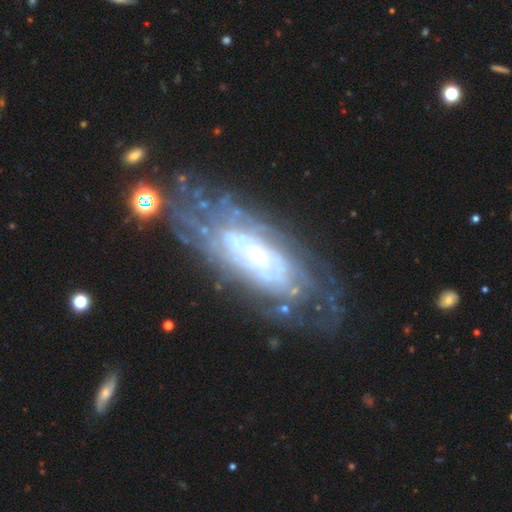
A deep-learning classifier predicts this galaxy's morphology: Q: Smooth or featured?
A: featured or disk (81%); runner-up: smooth (12%)
Q: Edge-on disk?
A: no (87%); runner-up: yes (13%)
Q: Bar?
A: no (63%); runner-up: weak (27%)
Q: Spiral arms?
A: yes (86%); runner-up: no (14%)
Q: Spiral winding?
A: tight (72%); runner-up: medium (21%)
Q: Spiral arm count?
A: can't tell (61%); runner-up: 2 (11%)
Q: Bulge size?
A: small (56%); runner-up: moderate (28%)
Q: Merging?
A: none (65%); runner-up: minor disturbance (20%)